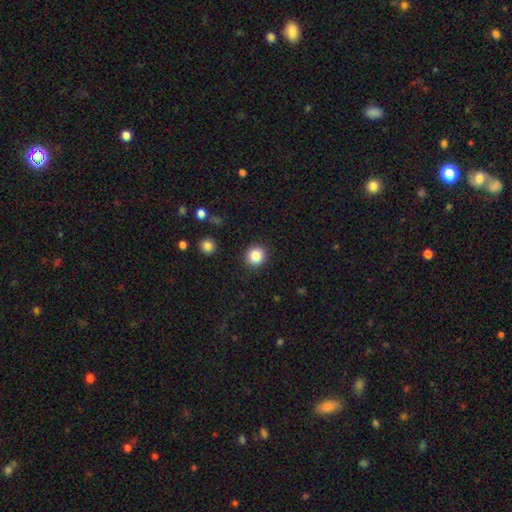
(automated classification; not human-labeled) Smooth or featured: smooth — 86% (star or artifact — 10%)
How rounded: round — 91% (in between — 8%)
Merging: none — 91% (minor disturbance — 6%)